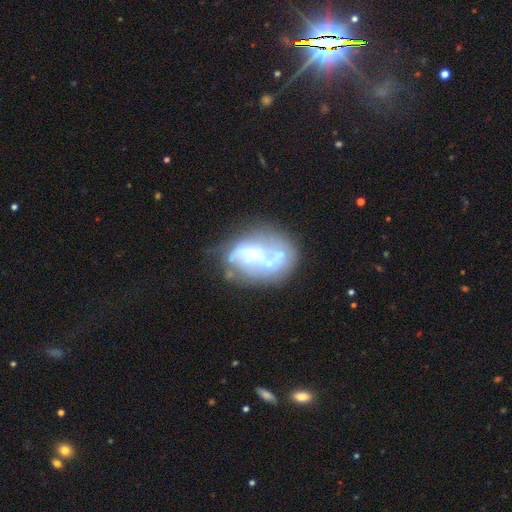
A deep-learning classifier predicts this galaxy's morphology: Smooth or featured? Predicted: featured or disk (p=0.69). Edge-on disk? Predicted: no (p=0.97). Bar? Predicted: no (p=0.62). Spiral arms? Predicted: no (p=0.56). Bulge size? Predicted: moderate (p=0.42, tied with small). Merging? Predicted: none (p=0.36).